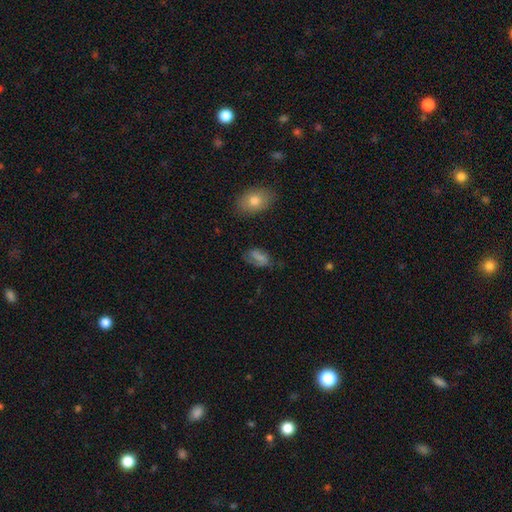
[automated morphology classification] Smooth or featured: smooth — 60% (featured or disk — 22%)
How rounded: in between — 88% (round — 9%)
Merging: none — 63% (minor disturbance — 23%)